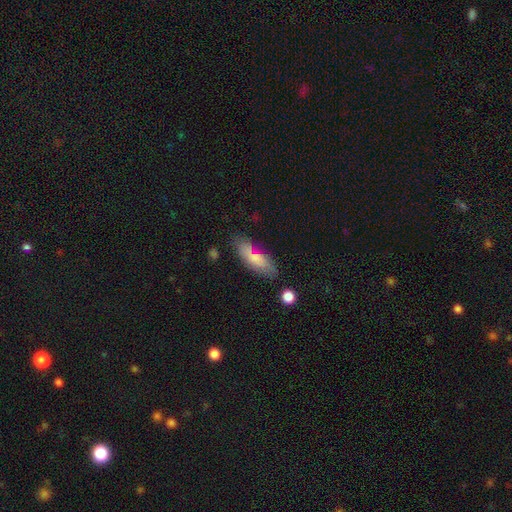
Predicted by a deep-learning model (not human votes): Smooth or featured? smooth (72%)
How rounded? in between (53%)
Merging? none (67%)